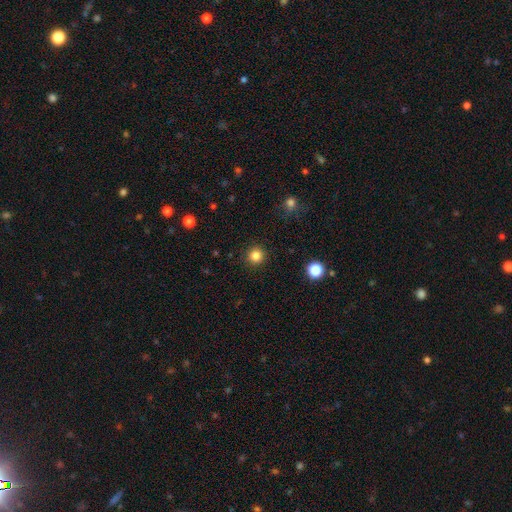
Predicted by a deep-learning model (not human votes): A smooth galaxy with no disk features (84%) that is round (95%).

Vote fractions:
- Smooth or featured? smooth: 84% / star or artifact: 12% / featured or disk: 4%
- How rounded? round: 95% / in between: 4% / cigar-shaped: 1%
- Merging? none: 92% / minor disturbance: 5% / major disturbance: 2% / merger: 1%